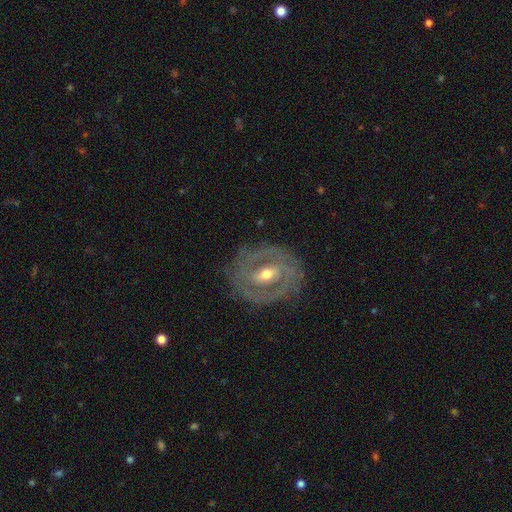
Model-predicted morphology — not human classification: Smooth or featured? Predicted: featured or disk (p=0.75). Edge-on disk? Predicted: no (p=0.93). Bar? Predicted: strong (p=0.40). Spiral arms? Predicted: yes (p=0.58). Bulge size? Predicted: moderate (p=0.63). Merging? Predicted: none (p=0.82).